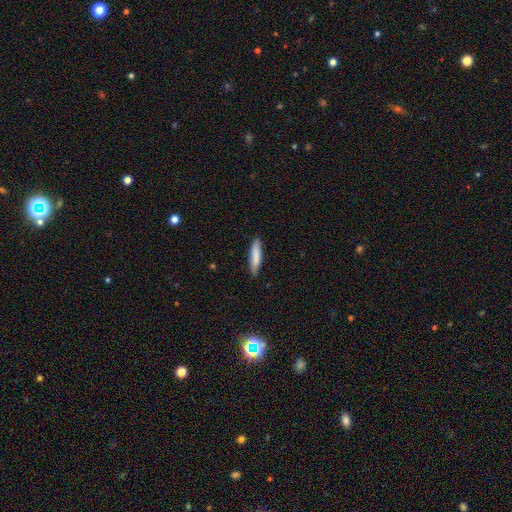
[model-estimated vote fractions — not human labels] Q: Smooth or featured?
A: smooth (82%); runner-up: featured or disk (12%)
Q: How rounded?
A: cigar-shaped (82%); runner-up: in between (17%)
Q: Merging?
A: none (85%); runner-up: minor disturbance (12%)